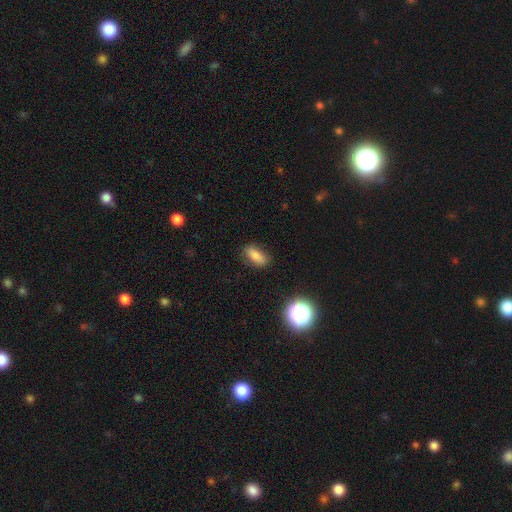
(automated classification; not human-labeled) This is clearly a smooth galaxy (81%). How rounded: likely in between (79%). Merging: clearly none (80%).